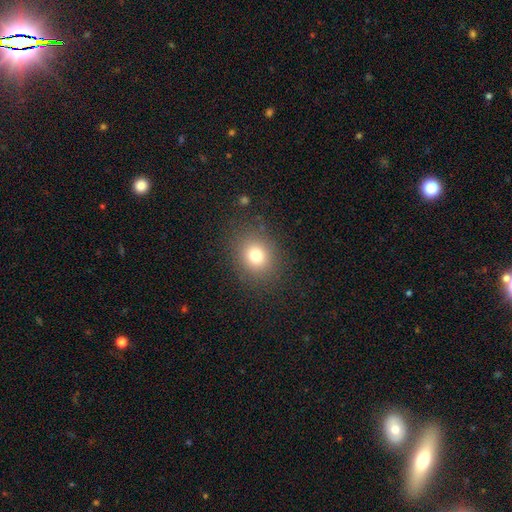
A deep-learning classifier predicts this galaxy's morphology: A smooth galaxy with no disk features (76%) that is round (70%).

Vote fractions:
- Smooth or featured? smooth: 76% / star or artifact: 15% / featured or disk: 9%
- How rounded? round: 70% / in between: 29% / cigar-shaped: 1%
- Merging? none: 86% / minor disturbance: 9% / major disturbance: 4% / merger: 1%